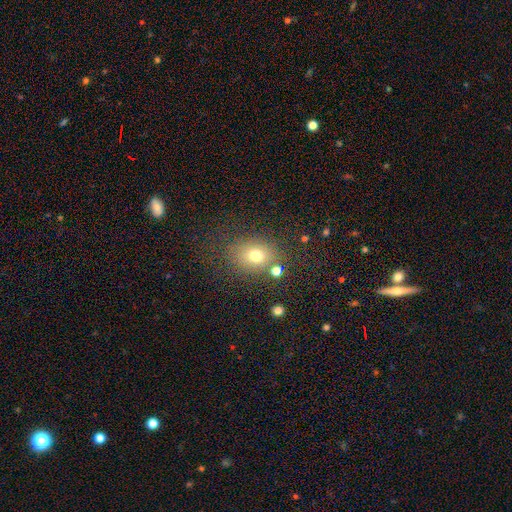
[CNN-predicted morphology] Smooth or featured: smooth — 72% (star or artifact — 16%)
How rounded: round — 50% (in between — 49%)
Merging: none — 71% (minor disturbance — 14%)